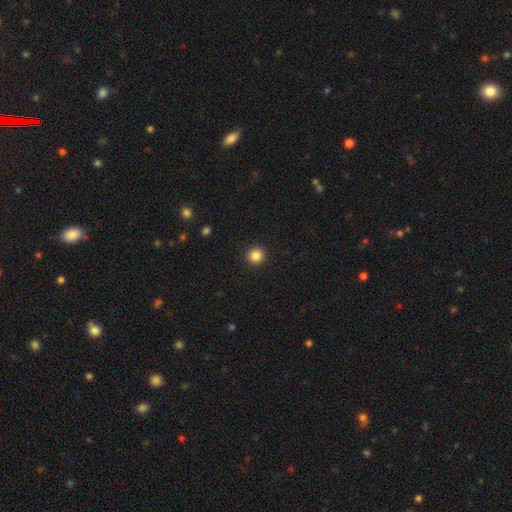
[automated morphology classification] Overall: smooth (86%). How rounded: round (95%). Merging: none (93%).